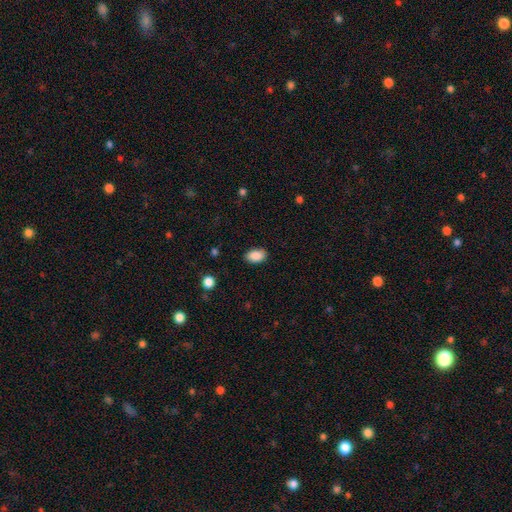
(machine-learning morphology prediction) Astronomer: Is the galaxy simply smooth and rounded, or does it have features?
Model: smooth — 89%.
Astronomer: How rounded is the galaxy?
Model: in between — 92%.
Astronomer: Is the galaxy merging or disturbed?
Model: none — 87%.